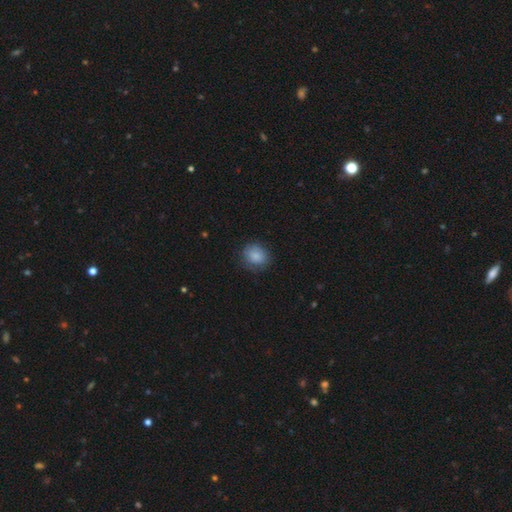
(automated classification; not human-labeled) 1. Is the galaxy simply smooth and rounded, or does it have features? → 86% smooth, 8% star or artifact, 6% featured or disk.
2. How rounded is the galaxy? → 62% round, 37% in between, 1% cigar-shaped.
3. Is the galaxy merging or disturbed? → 77% none, 17% minor disturbance, 5% major disturbance, 1% merger.